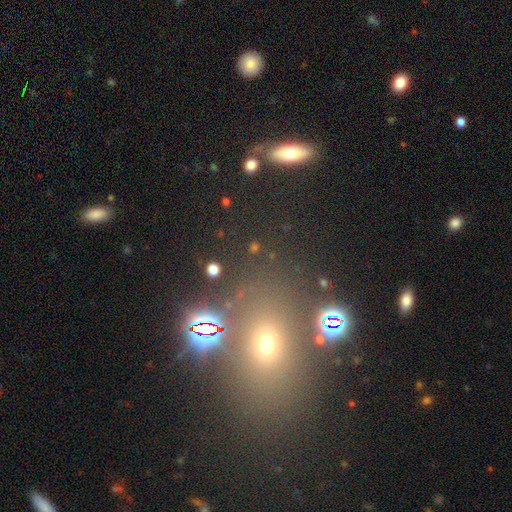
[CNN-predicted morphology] smooth-or-featured: smooth: 45% | star or artifact: 34% | featured or disk: 21%
  merging: none: 73% | minor disturbance: 11% | merger: 10% | major disturbance: 5%